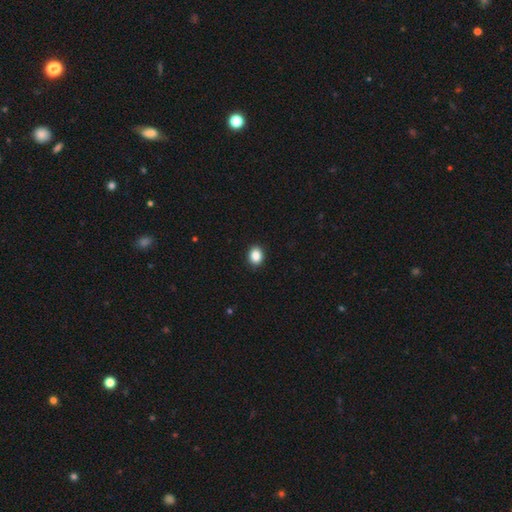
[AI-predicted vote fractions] smooth_or_featured: smooth (p=0.88) [alt: star or artifact p=0.09]
how_rounded: in between (p=0.51) [alt: round p=0.48]
merging: none (p=0.91) [alt: minor disturbance p=0.06]